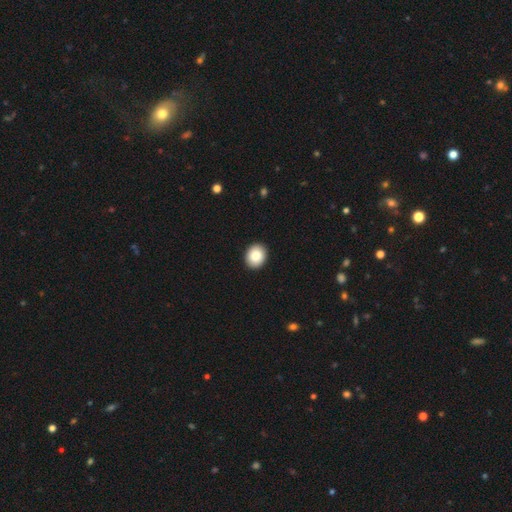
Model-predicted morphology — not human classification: type=smooth (85%); roundness=round (58%); merging=none (92%).